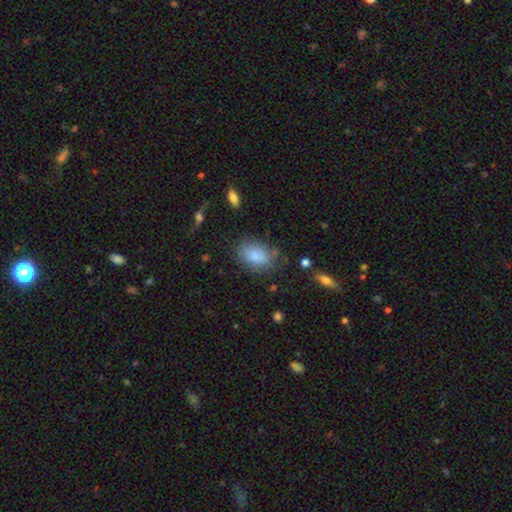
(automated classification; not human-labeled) A smooth galaxy with no disk features (84%) that is in between round and cigar-shaped (86%).

Vote fractions:
- Smooth or featured? smooth: 84% / featured or disk: 9% / star or artifact: 8%
- How rounded? in between: 86% / round: 12% / cigar-shaped: 2%
- Merging? none: 72% / minor disturbance: 18% / major disturbance: 7% / merger: 3%